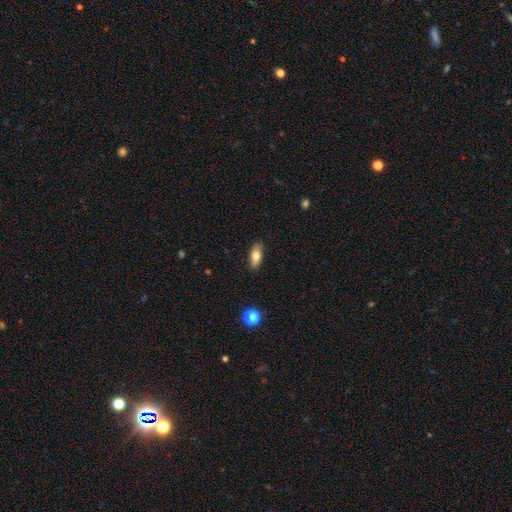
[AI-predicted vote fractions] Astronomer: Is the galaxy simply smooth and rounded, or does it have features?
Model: smooth — 73%.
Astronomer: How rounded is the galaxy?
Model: in between — 76%.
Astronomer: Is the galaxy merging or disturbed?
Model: none — 88%.